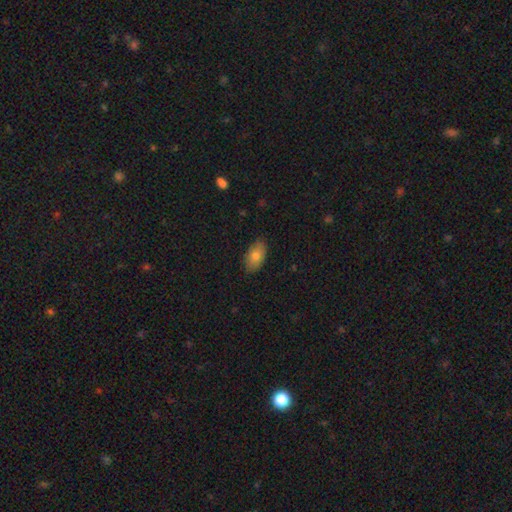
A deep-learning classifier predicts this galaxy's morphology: smooth_or_featured: smooth (p=0.78) [alt: featured or disk p=0.15]
how_rounded: in between (p=0.93) [alt: round p=0.05]
merging: none (p=0.85) [alt: minor disturbance p=0.12]